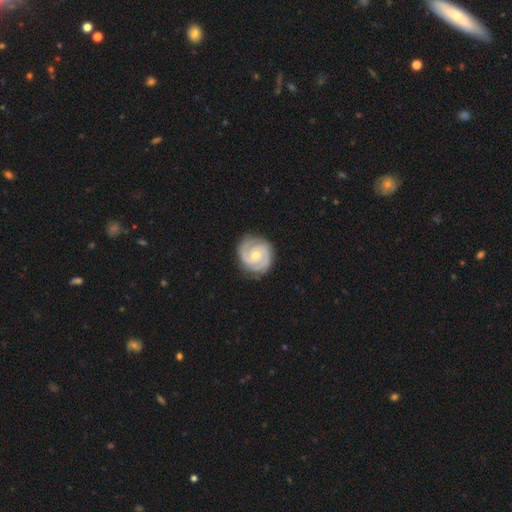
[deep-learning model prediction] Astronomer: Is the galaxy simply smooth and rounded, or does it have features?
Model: featured or disk — 89%.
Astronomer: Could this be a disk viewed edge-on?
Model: no — 98%.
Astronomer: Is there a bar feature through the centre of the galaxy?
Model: no — 54% (runner-up: weak, 38%).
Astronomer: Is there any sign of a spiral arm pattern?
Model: yes — 98%.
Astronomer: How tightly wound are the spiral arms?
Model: tight — 67%.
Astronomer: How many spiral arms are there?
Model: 2 — 64%.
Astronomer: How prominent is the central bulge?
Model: small — 54% (runner-up: moderate, 43%).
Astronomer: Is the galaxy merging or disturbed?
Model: none — 84%.